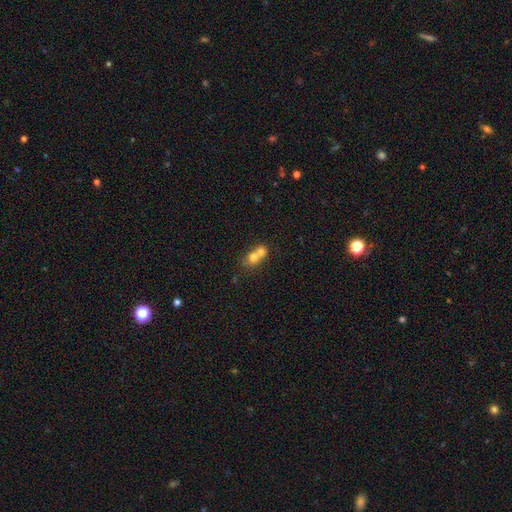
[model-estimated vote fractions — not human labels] Smooth or featured? smooth (71%)
How rounded? round (61%)
Merging? merger (72%)